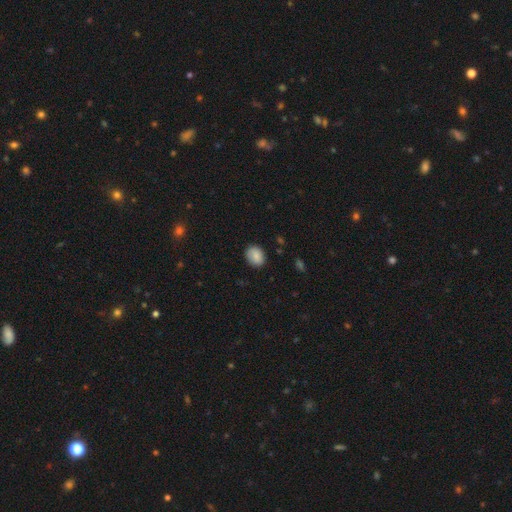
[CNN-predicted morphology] smooth_or_featured: smooth (p=0.87) [alt: star or artifact p=0.08]
how_rounded: round (p=0.52) [alt: in between p=0.47]
merging: none (p=0.85) [alt: minor disturbance p=0.11]